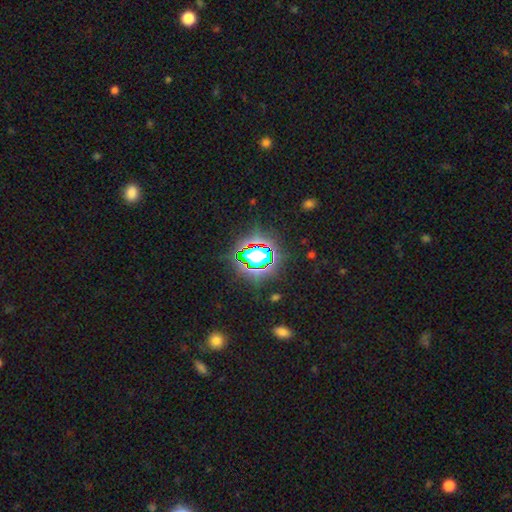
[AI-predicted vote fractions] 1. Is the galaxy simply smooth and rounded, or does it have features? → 74% star or artifact, 16% smooth, 10% featured or disk.